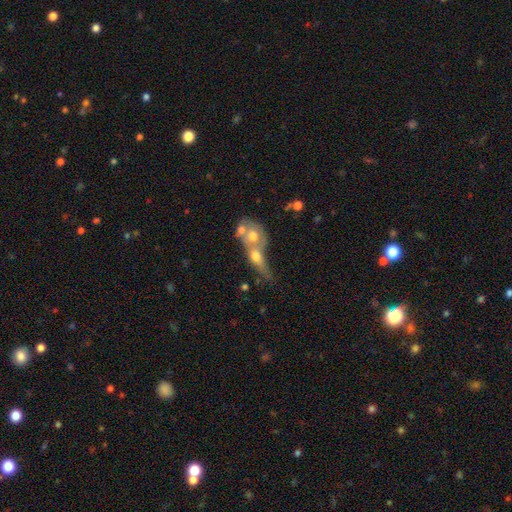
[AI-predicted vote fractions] A smooth galaxy with no disk features (48%).

Vote fractions:
- Smooth or featured? smooth: 48% / featured or disk: 42% / star or artifact: 11%
- Merging? merger: 71% / none: 15% / major disturbance: 7% / minor disturbance: 7%